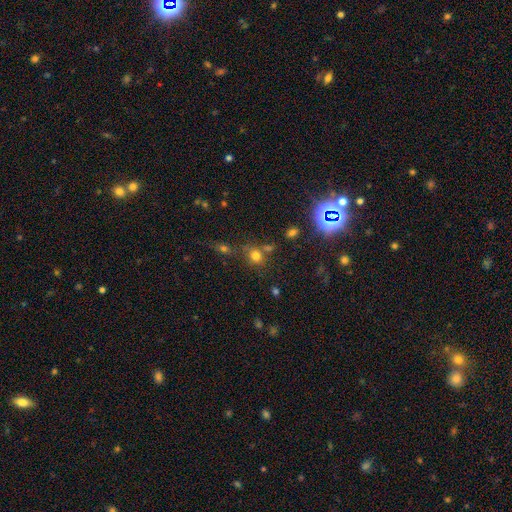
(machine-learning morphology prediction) The model was most divided on "merging": none: 60%, merger: 20%, minor disturbance: 13%, major disturbance: 7%. More confident: how rounded — round (74%); smooth or featured — smooth (68%).